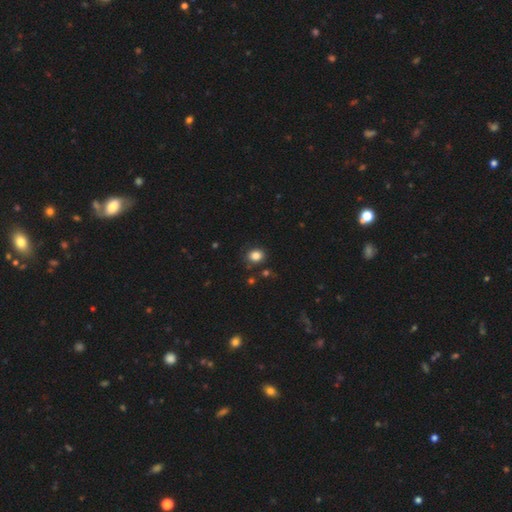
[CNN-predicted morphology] Smooth or featured? Predicted: smooth (p=0.84). How rounded? Predicted: round (p=0.68). Merging? Predicted: none (p=0.84).